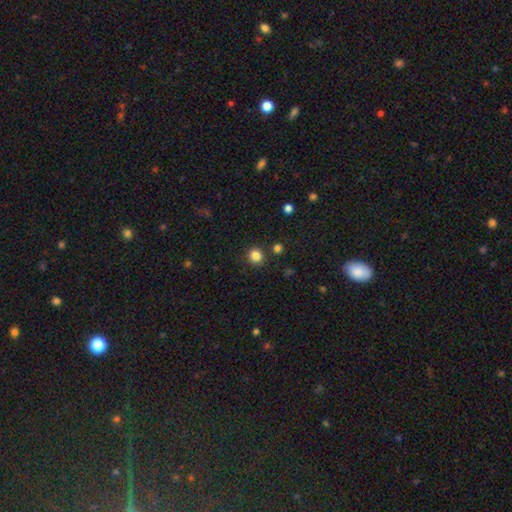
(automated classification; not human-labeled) Smooth or featured: smooth — 84% (star or artifact — 12%)
How rounded: round — 86% (in between — 13%)
Merging: none — 87% (minor disturbance — 7%)